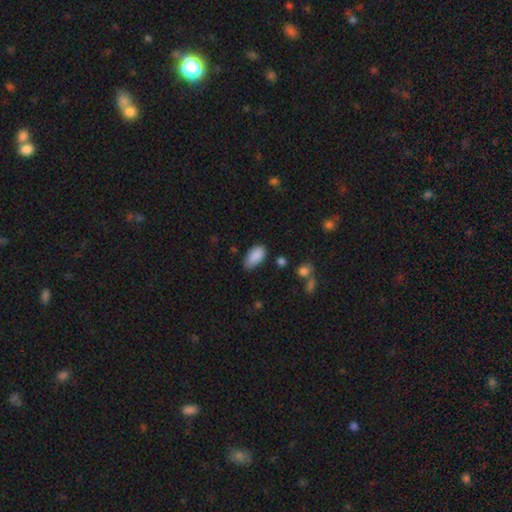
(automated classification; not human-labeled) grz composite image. It shows a smooth galaxy with no disk features (88%) that is in between round and cigar-shaped (93%). Merging: none (66%).